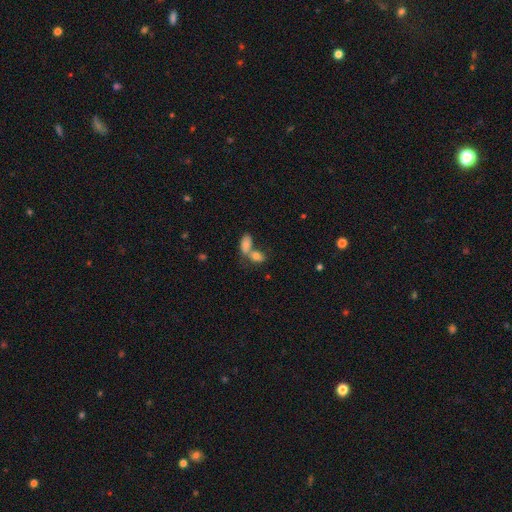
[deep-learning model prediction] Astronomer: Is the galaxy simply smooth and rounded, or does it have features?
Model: smooth — 79%.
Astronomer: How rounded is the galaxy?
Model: in between — 84%.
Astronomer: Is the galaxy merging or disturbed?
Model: merger — 59%.